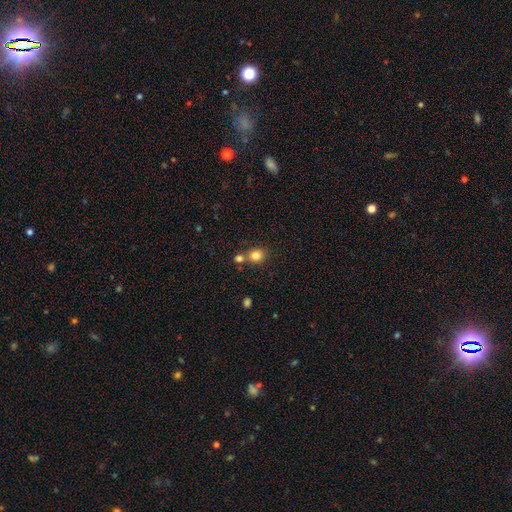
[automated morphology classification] Q: Smooth or featured?
A: smooth (82%); runner-up: star or artifact (12%)
Q: How rounded?
A: round (78%); runner-up: in between (21%)
Q: Merging?
A: none (61%); runner-up: merger (27%)